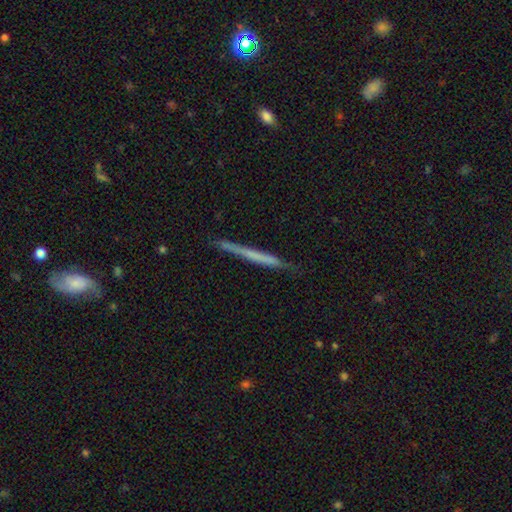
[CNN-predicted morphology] Overall: featured or disk (47%, tied with smooth). Merging: none (84%).